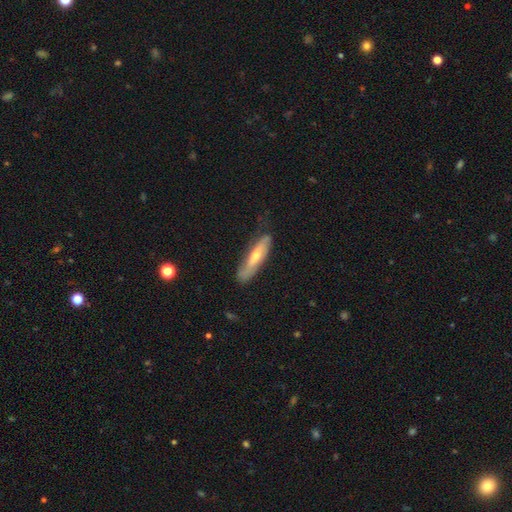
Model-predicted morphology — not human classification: The model was most divided on "smooth or featured": featured or disk: 50%, smooth: 43%, star or artifact: 6%. More confident: merging — none (67%); edge-on disk — yes (54%).